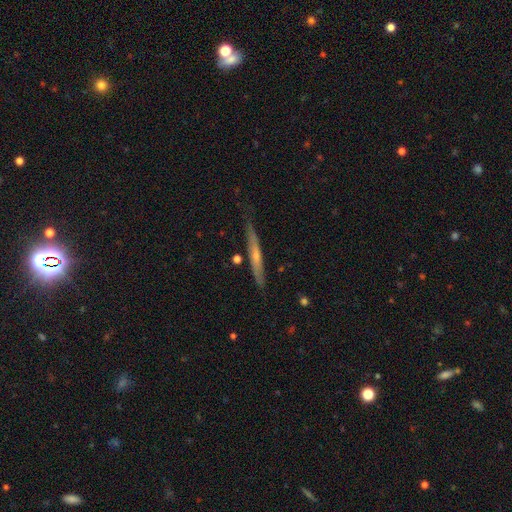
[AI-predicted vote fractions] This is likely a featured or disk galaxy (61%). It is clearly viewed edge-on (93%). Edge-on bulge: possibly none (49%). Merging: likely none (78%).